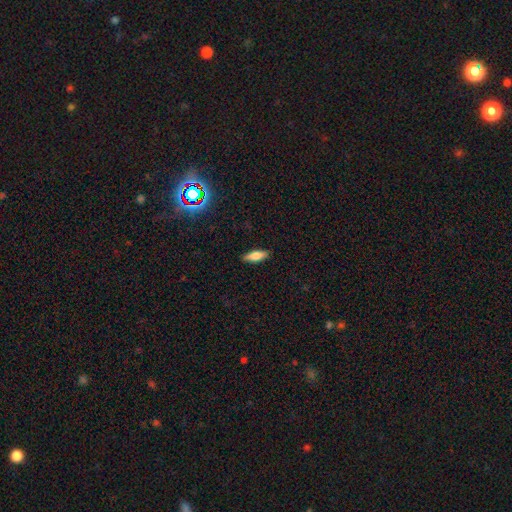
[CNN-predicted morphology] Overall: smooth (77%). How rounded: in between (60%; cigar-shaped 38%). Merging: none (88%).